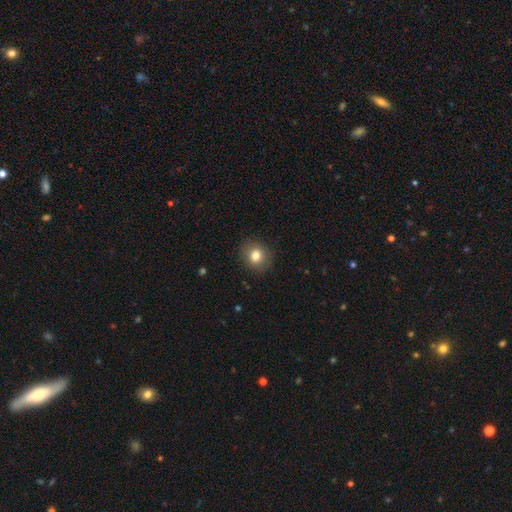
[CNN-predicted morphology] Smooth or featured: smooth — 81% (star or artifact — 10%)
How rounded: round — 74% (in between — 25%)
Merging: none — 89% (minor disturbance — 8%)